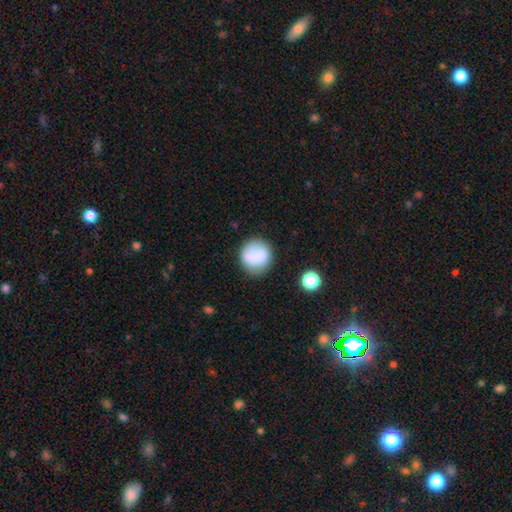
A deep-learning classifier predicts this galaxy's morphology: type=smooth (79%); roundness=round (87%); merging=none (71%).